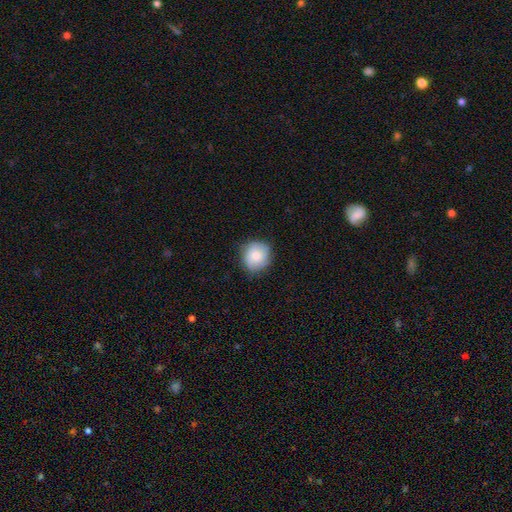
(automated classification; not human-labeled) smooth_or_featured: smooth (p=0.72) [alt: featured or disk p=0.21]
how_rounded: round (p=0.83) [alt: in between p=0.16]
merging: none (p=0.78) [alt: minor disturbance p=0.17]